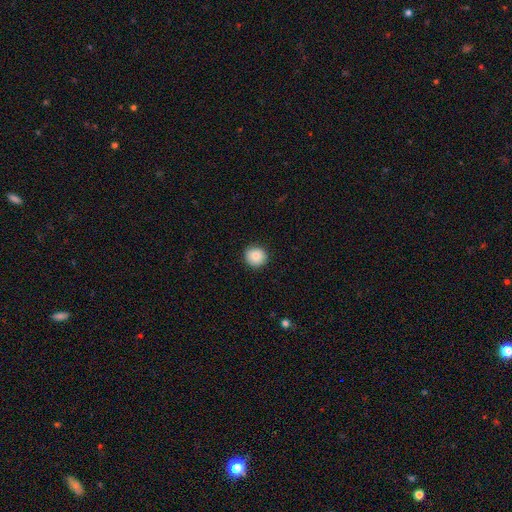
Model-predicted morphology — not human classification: This appears to be a smooth galaxy with no disk features (86%) that is round (92%). Merging: none (91%).